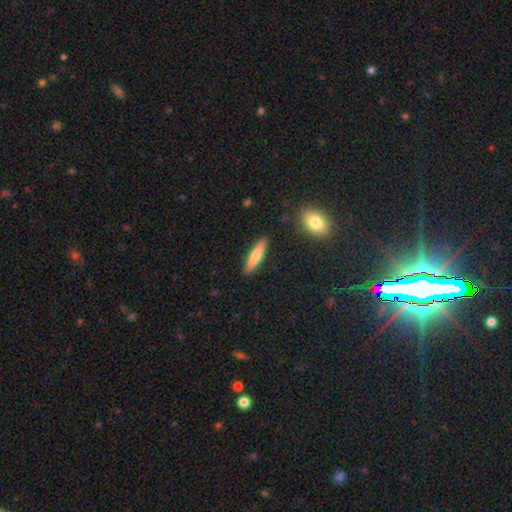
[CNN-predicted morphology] Smooth or featured? smooth (68%)
How rounded? cigar-shaped (77%)
Merging? none (88%)